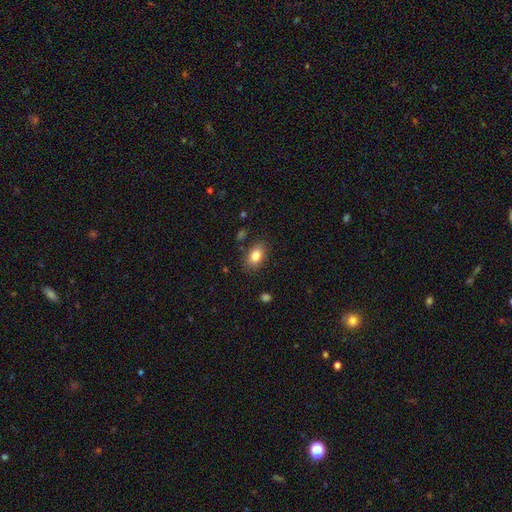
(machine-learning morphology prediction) Smooth or featured? Predicted: smooth (p=0.83). How rounded? Predicted: in between (p=0.86). Merging? Predicted: none (p=0.84).